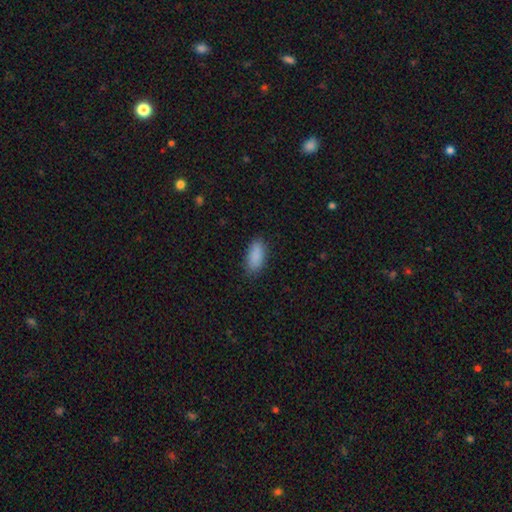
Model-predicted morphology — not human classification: Q: Smooth or featured?
A: smooth (89%); runner-up: star or artifact (7%)
Q: How rounded?
A: in between (88%); runner-up: cigar-shaped (10%)
Q: Merging?
A: none (84%); runner-up: minor disturbance (12%)